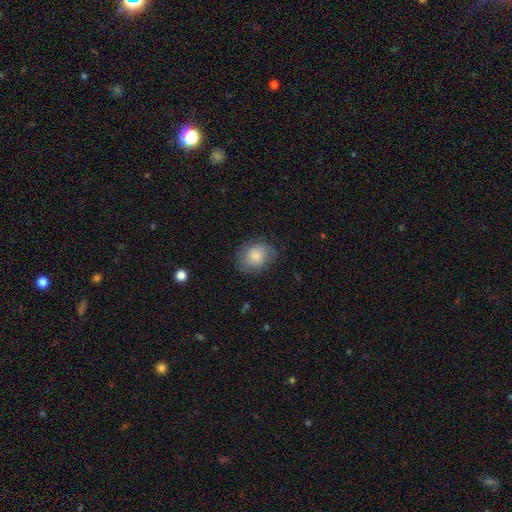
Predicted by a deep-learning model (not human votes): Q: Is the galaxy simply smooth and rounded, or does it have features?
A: smooth — 75%.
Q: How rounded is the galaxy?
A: round — 60%.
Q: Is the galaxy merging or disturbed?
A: none — 73%.